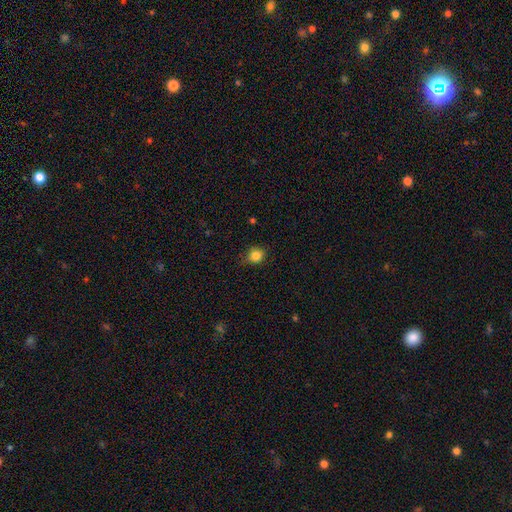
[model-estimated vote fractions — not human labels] A smooth galaxy with no disk features (84%) that is round (77%). Merging: none (75%).